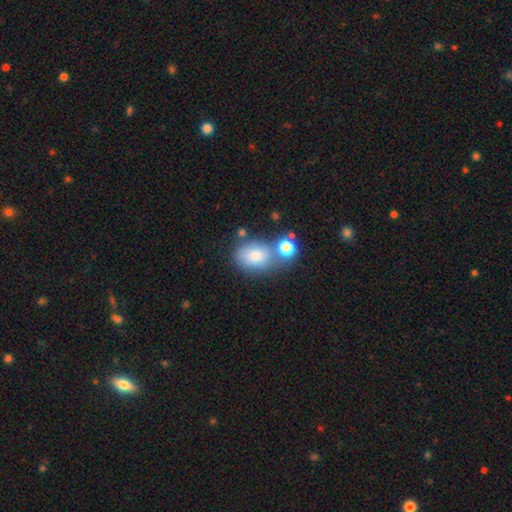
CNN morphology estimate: Smooth or featured: smooth — 77% (featured or disk — 13%)
How rounded: in between — 73% (round — 26%)
Merging: none — 46% (merger — 29%)